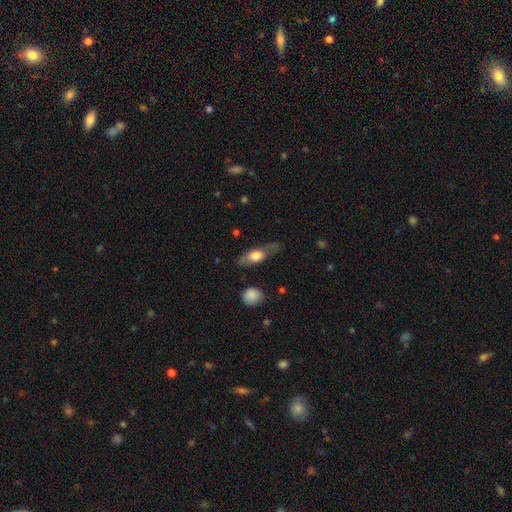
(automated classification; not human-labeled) This is possibly a smooth galaxy (59%). How rounded: likely in between (61%). Merging: likely none (60%).